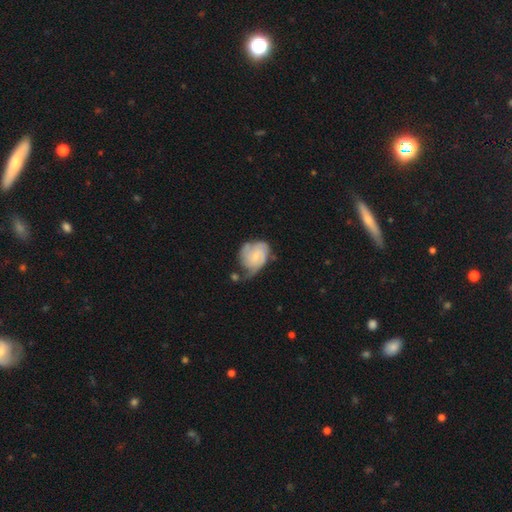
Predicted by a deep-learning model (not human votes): Smooth or featured? featured or disk (60%)
Edge-on disk? no (97%)
Bar? no (58%)
Spiral arms? yes (84%)
Bulge size? small (58%)
Merging? minor disturbance (33%)